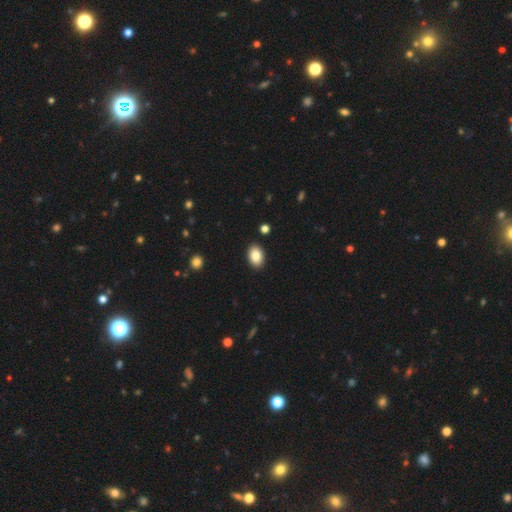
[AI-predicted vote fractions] A smooth galaxy with no disk features (86%) that is in between round and cigar-shaped (86%).

Vote fractions:
- Smooth or featured? smooth: 86% / star or artifact: 8% / featured or disk: 6%
- How rounded? in between: 86% / round: 13% / cigar-shaped: 1%
- Merging? none: 90% / minor disturbance: 7% / major disturbance: 2% / merger: 1%